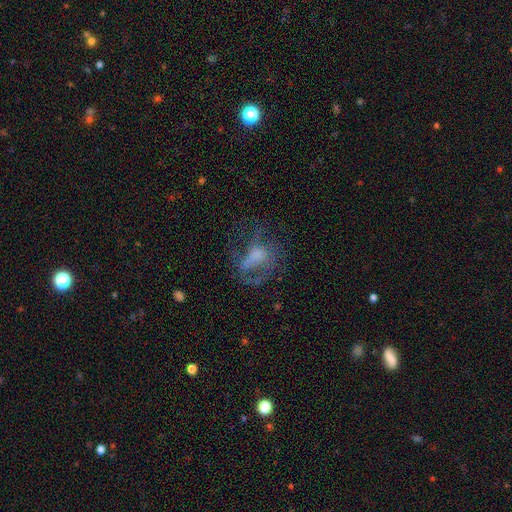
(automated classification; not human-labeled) featured or disk 51%, smooth 32%, star or artifact 17%. Down the decision tree: edge-on disk — no (94%); merging — none (42%).